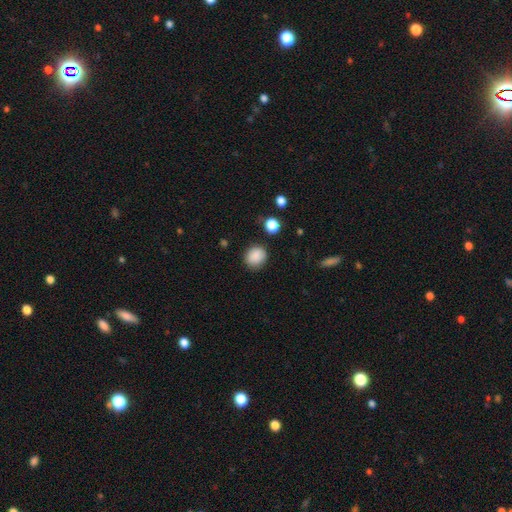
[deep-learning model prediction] smooth 87%, star or artifact 9%, featured or disk 3%. Down the decision tree: how rounded — round (73%); merging — none (82%).